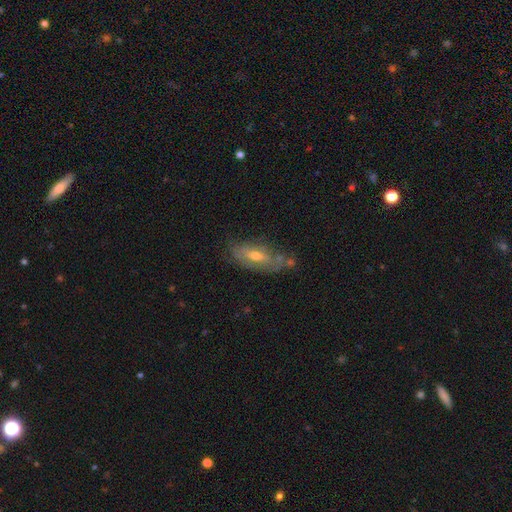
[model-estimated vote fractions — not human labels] Overall: featured or disk (55%; smooth 36%). Edge-on disk: no (71%). Merging: none (58%; minor disturbance 26%).